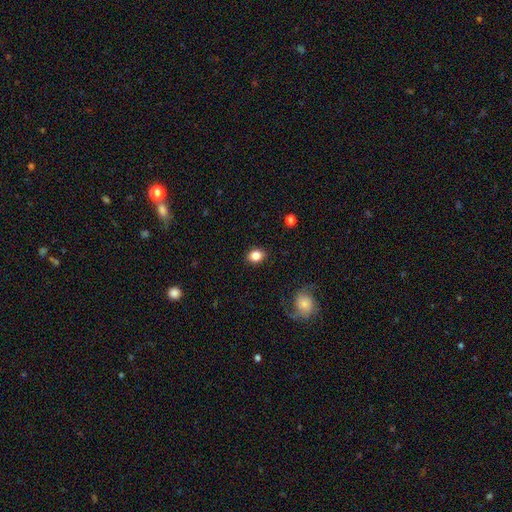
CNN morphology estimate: smooth-or-featured: smooth: 84% | star or artifact: 9% | featured or disk: 7%
  how-rounded: in between: 55% | round: 44% | cigar-shaped: 1%
  merging: none: 88% | minor disturbance: 8% | major disturbance: 3% | merger: 1%